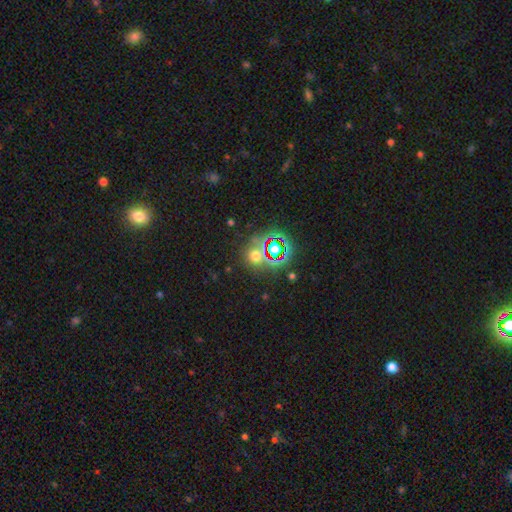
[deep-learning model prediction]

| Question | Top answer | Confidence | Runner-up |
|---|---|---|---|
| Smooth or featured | smooth | 46% | star or artifact (45%) |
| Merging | none | 73% | merger (12%) |